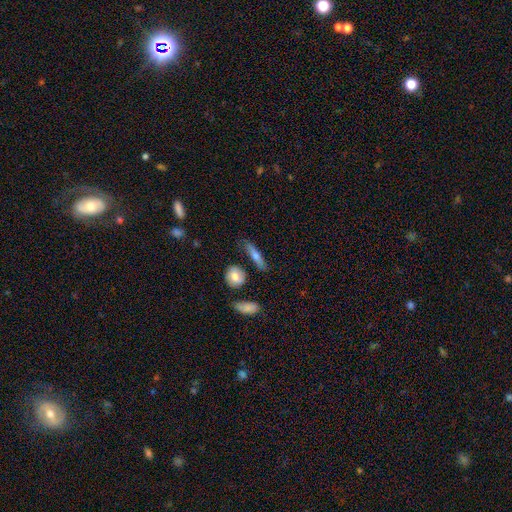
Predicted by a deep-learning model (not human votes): This is likely a smooth galaxy (62%). How rounded: likely cigar-shaped (71%). Merging: likely none (76%).